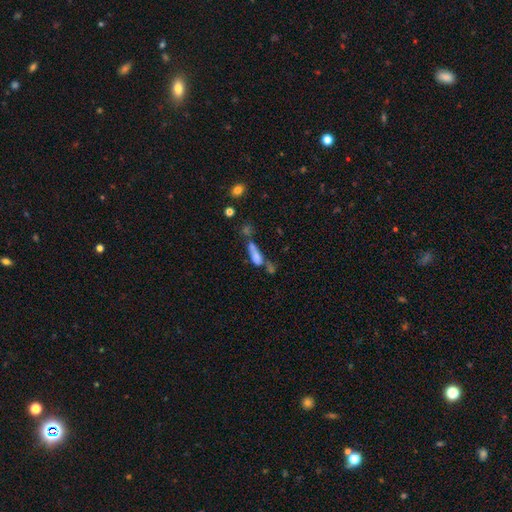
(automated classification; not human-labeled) Overall: smooth (66%). How rounded: in between (52%; cigar-shaped 44%). Merging: merger (46%; none 24%).